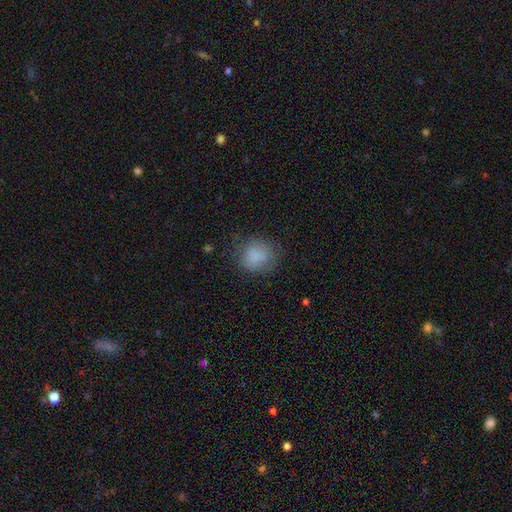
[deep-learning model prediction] This is clearly a smooth galaxy (83%). How rounded: likely round (77%). Merging: likely none (75%).